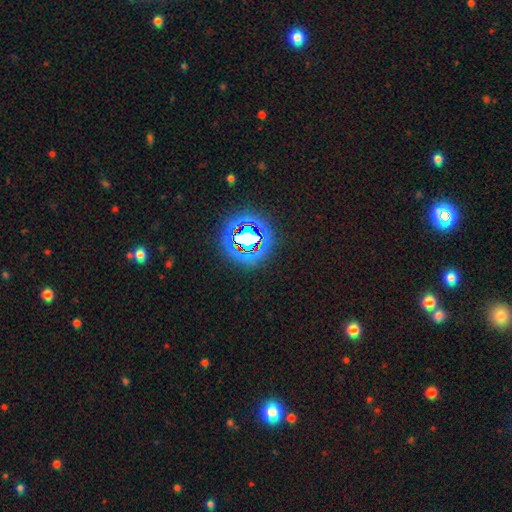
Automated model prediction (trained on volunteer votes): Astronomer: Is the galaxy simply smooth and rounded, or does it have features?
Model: star or artifact — 79%.